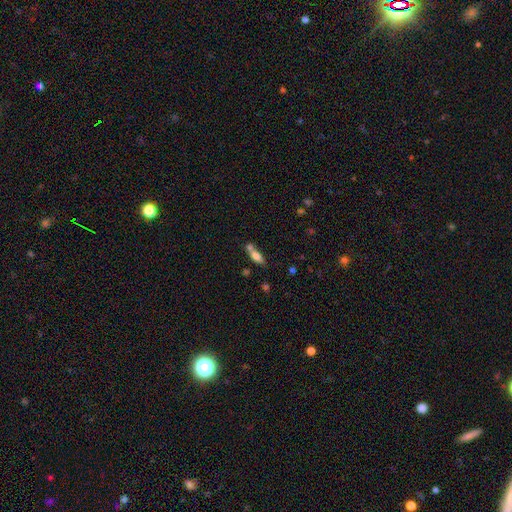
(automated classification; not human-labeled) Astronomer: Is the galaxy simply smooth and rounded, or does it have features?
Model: smooth — 75%.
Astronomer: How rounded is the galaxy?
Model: in between — 70%.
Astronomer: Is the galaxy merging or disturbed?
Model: merger — 41%, tied with none at 41%.